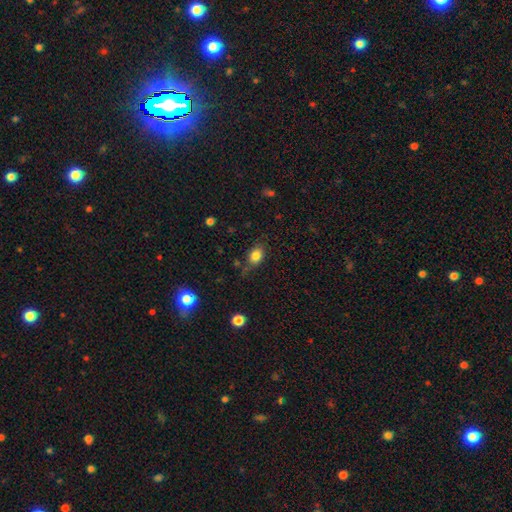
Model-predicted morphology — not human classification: Smooth or featured?
  - smooth: 82% *
  - star or artifact: 10%
  - featured or disk: 8%
How rounded?
  - in between: 73% *
  - round: 25%
  - cigar-shaped: 2%
Merging?
  - none: 70% *
  - minor disturbance: 21%
  - major disturbance: 6%
  - merger: 3%